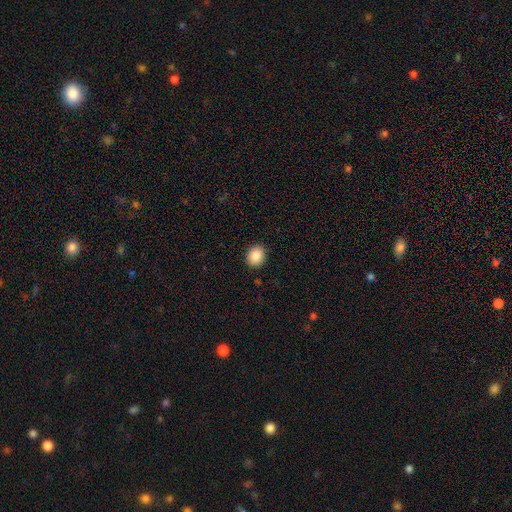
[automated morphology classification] Smooth or featured? smooth (88%)
How rounded? round (67%)
Merging? none (90%)